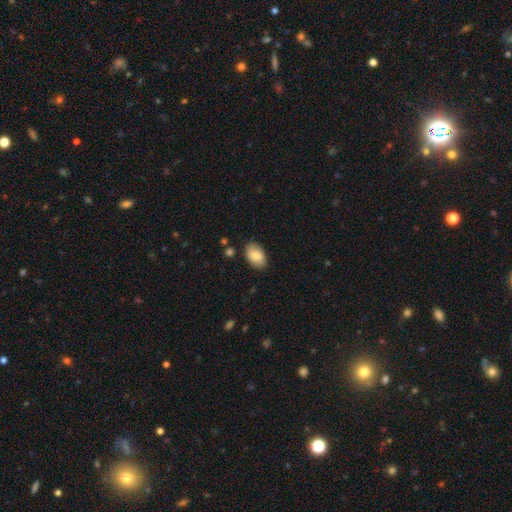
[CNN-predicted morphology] Smooth or featured?
  - smooth: 82% *
  - featured or disk: 11%
  - star or artifact: 6%
How rounded?
  - in between: 92% *
  - round: 6%
  - cigar-shaped: 1%
Merging?
  - none: 81% *
  - minor disturbance: 15%
  - major disturbance: 3%
  - merger: 2%